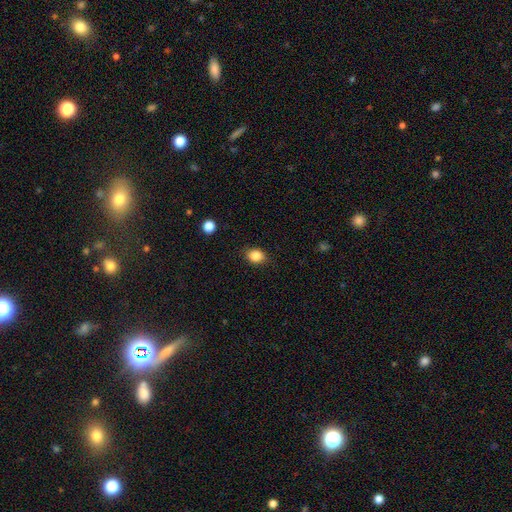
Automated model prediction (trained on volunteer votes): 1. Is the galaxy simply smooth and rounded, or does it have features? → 86% smooth, 10% star or artifact, 5% featured or disk.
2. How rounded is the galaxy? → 54% in between, 45% round, 1% cigar-shaped.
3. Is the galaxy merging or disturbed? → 84% none, 12% minor disturbance, 3% major disturbance, 1% merger.